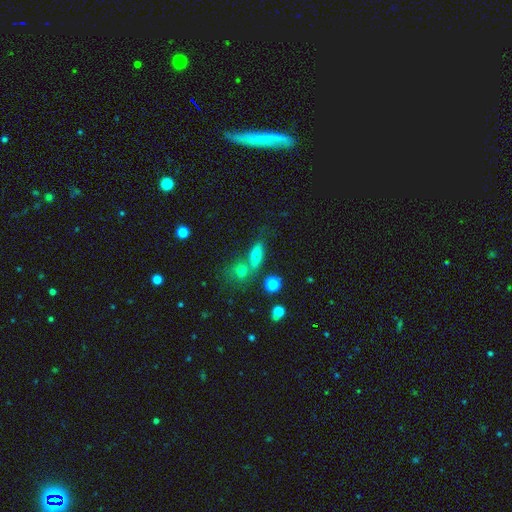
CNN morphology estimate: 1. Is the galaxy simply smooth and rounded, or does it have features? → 72% smooth, 14% featured or disk, 14% star or artifact.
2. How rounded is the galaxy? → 60% in between, 29% cigar-shaped, 11% round.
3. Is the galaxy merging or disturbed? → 54% none, 25% merger, 14% minor disturbance, 7% major disturbance.